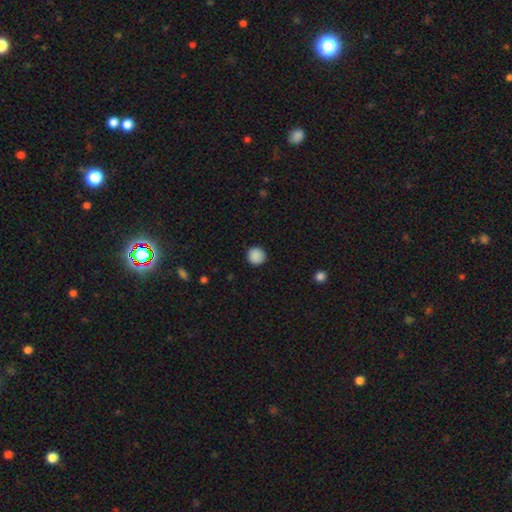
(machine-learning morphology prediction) type=smooth (89%); roundness=round (95%); merging=none (91%).